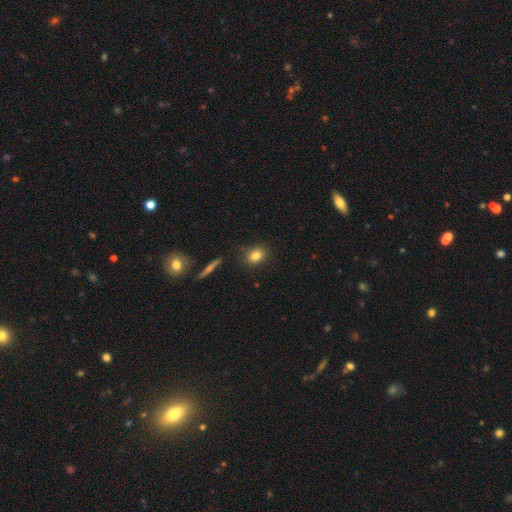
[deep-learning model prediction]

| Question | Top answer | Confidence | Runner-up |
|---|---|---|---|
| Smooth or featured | smooth | 82% | star or artifact (10%) |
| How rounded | round | 56% | in between (42%) |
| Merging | none | 83% | minor disturbance (12%) |